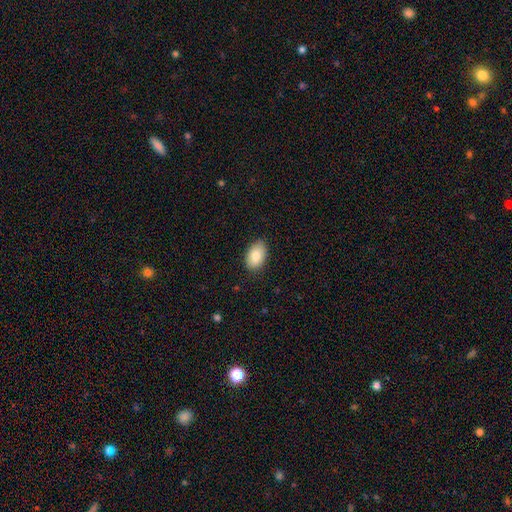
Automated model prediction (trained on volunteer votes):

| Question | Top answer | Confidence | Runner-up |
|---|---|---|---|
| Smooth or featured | smooth | 82% | featured or disk (11%) |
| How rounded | in between | 91% | round (8%) |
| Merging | none | 86% | minor disturbance (11%) |